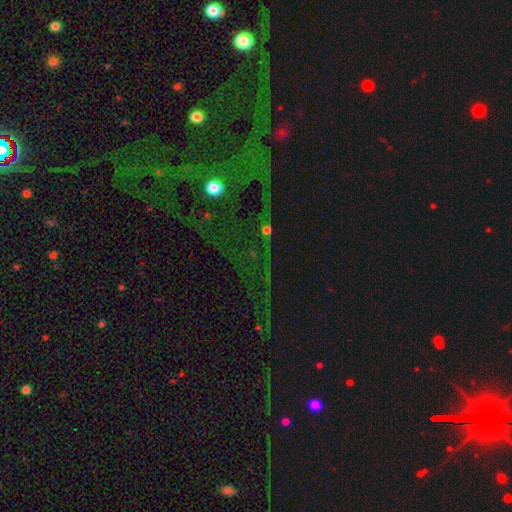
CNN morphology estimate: star or artifact 80%, smooth 11%, featured or disk 9%.